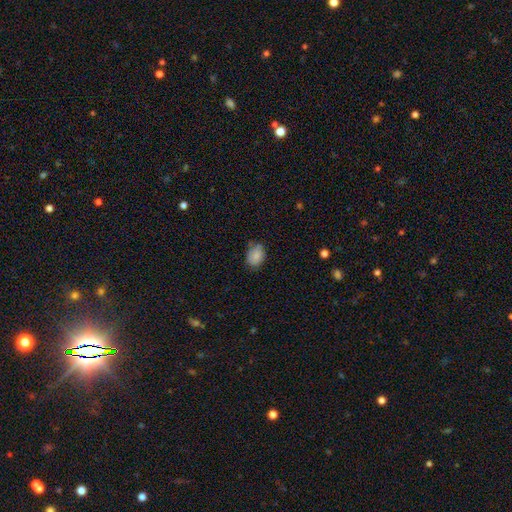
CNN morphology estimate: Q: Smooth or featured?
A: smooth (85%); runner-up: star or artifact (8%)
Q: How rounded?
A: in between (74%); runner-up: round (25%)
Q: Merging?
A: none (70%); runner-up: minor disturbance (24%)